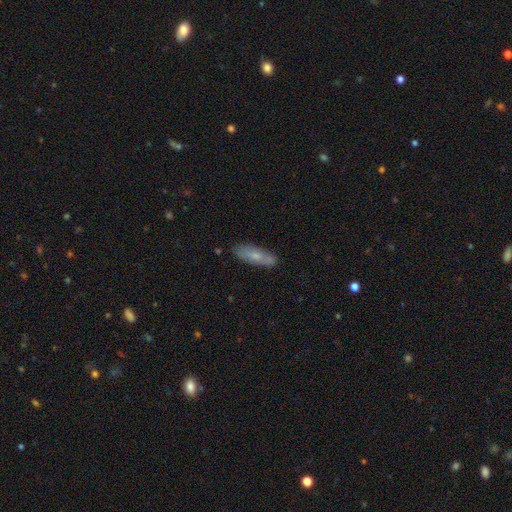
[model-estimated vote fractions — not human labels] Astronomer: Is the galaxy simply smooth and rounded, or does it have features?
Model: smooth — 63%.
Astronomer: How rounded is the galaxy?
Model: cigar-shaped — 55% (runner-up: in between, 43%).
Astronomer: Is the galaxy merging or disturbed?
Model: none — 80%.